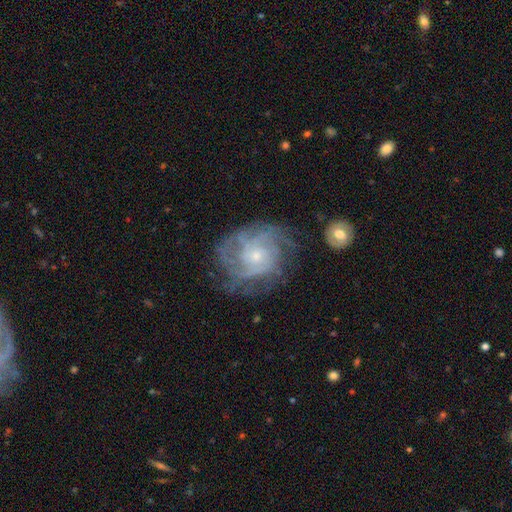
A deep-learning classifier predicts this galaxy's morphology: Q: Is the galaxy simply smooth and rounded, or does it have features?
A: featured or disk — 83%.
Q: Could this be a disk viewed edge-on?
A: no — 97%.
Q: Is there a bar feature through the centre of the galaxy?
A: no — 76%.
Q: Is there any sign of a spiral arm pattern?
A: yes — 93%.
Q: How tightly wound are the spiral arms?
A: tight — 58%.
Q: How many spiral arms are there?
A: can't tell — 36%.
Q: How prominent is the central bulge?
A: small — 72%.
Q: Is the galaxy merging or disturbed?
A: none — 64%.